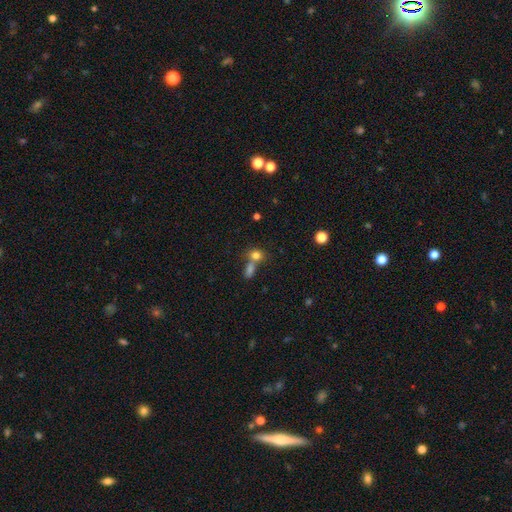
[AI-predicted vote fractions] smooth_or_featured: smooth (p=0.78) [alt: star or artifact p=0.13]
how_rounded: round (p=0.53) [alt: in between p=0.44]
merging: merger (p=0.48) [alt: none p=0.39]